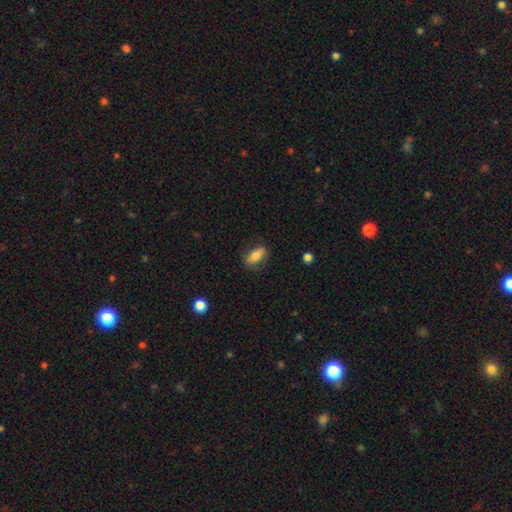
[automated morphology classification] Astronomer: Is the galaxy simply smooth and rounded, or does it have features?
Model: smooth — 72%.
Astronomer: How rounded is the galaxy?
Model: in between — 77%.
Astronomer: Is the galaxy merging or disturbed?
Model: none — 78%.